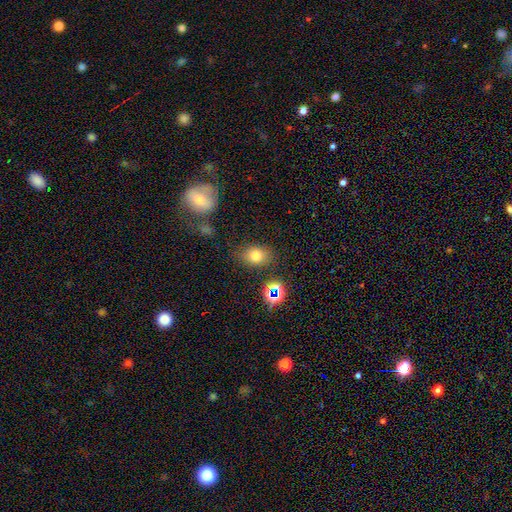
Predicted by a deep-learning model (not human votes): A smooth galaxy with no disk features (74%) that is in between round and cigar-shaped (62%). Merging: none (81%).